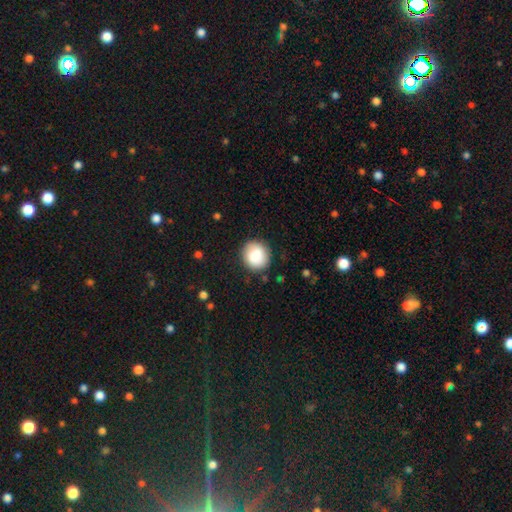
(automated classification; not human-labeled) A smooth galaxy with no disk features (87%) that is round (87%).

Vote fractions:
- Smooth or featured? smooth: 87% / star or artifact: 7% / featured or disk: 6%
- How rounded? round: 87% / in between: 12% / cigar-shaped: 1%
- Merging? none: 87% / minor disturbance: 9% / major disturbance: 3% / merger: 1%